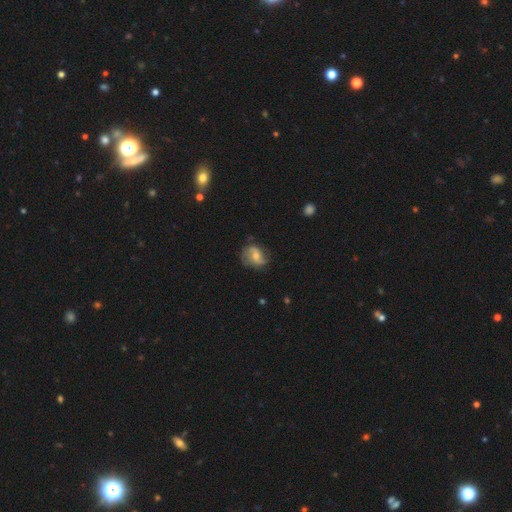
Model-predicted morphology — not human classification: Overall: featured or disk (66%). Edge-on disk: no (97%). Bar: no (44%; weak 42%). Spiral arms: yes (88%). Spiral arm count: 2 (72%). Spiral winding: loose (42%; medium 40%). Bulge size: moderate (48%; small 45%). Merging: none (63%; minor disturbance 24%).